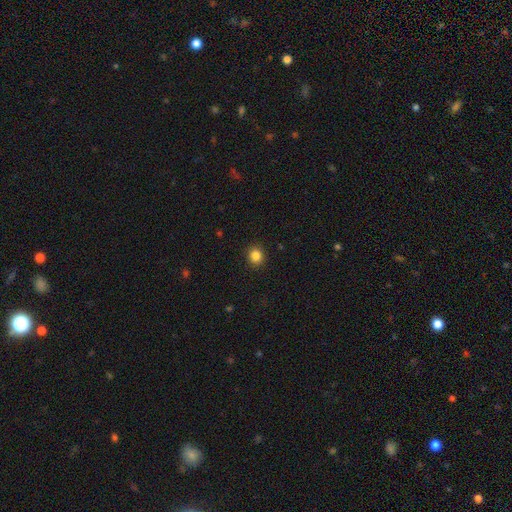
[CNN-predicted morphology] A smooth galaxy with no disk features (85%) that is round (85%).

Vote fractions:
- Smooth or featured? smooth: 85% / star or artifact: 11% / featured or disk: 4%
- How rounded? round: 85% / in between: 14% / cigar-shaped: 1%
- Merging? none: 92% / minor disturbance: 6% / major disturbance: 2% / merger: 1%